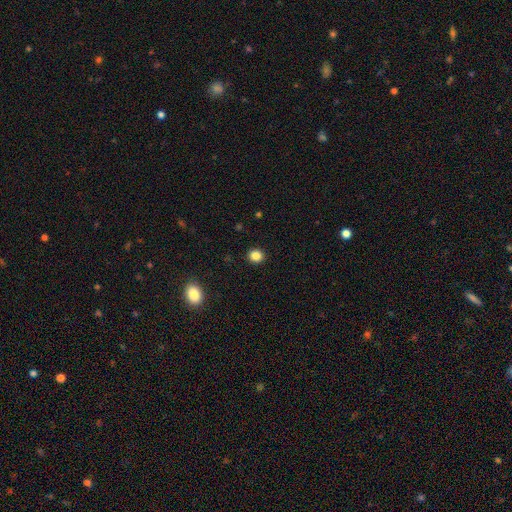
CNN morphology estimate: Smooth or featured? Predicted: smooth (p=0.86). How rounded? Predicted: round (p=0.84). Merging? Predicted: none (p=0.92).